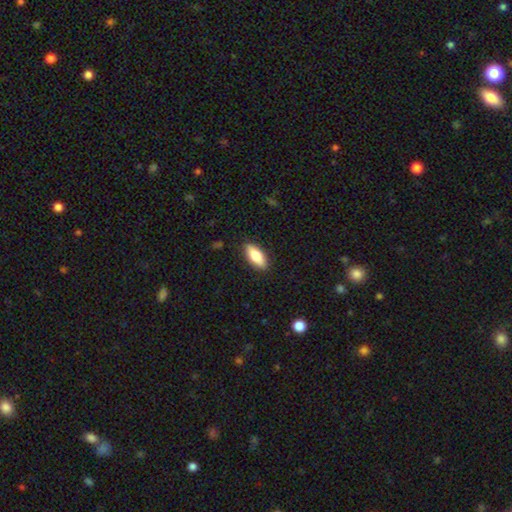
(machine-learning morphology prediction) type=smooth (76%); roundness=in between (77%); merging=none (88%).